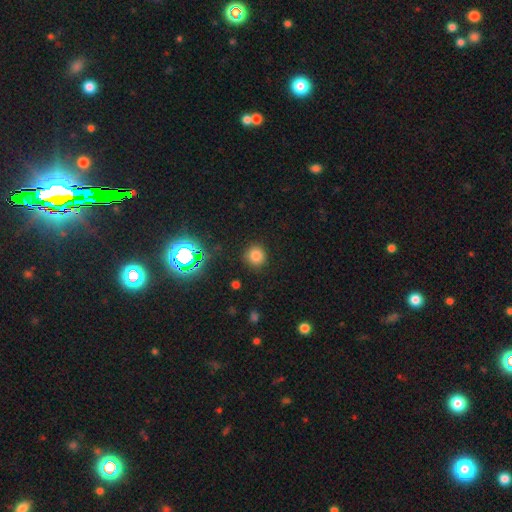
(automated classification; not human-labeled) smooth 76%, star or artifact 19%, featured or disk 6%. Down the decision tree: how rounded — round (92%); merging — none (89%).